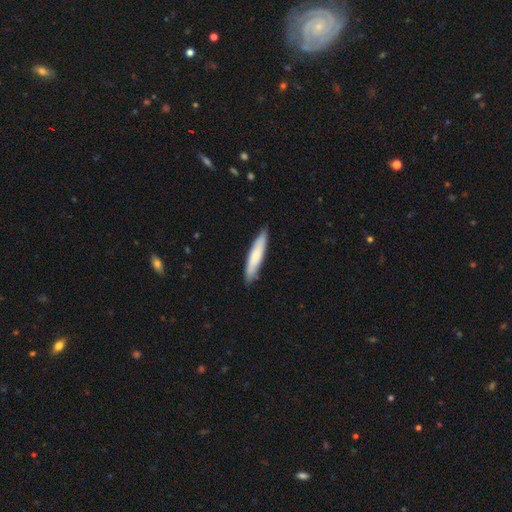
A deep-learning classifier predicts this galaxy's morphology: Smooth or featured: smooth — 73% (featured or disk — 22%)
How rounded: cigar-shaped — 87% (in between — 12%)
Merging: none — 87% (minor disturbance — 10%)